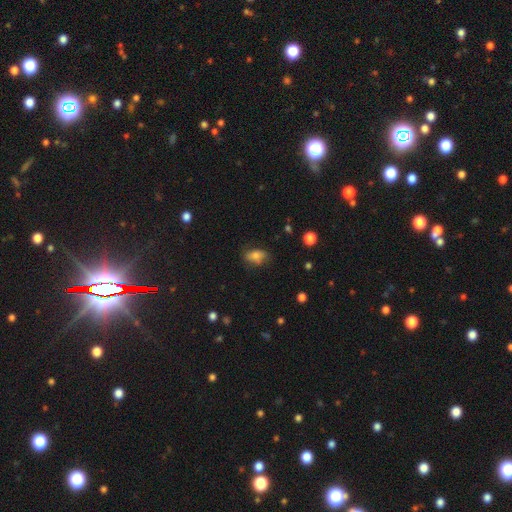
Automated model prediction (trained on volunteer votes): smooth_or_featured: smooth (p=0.71) [alt: featured or disk p=0.17]
how_rounded: in between (p=0.83) [alt: round p=0.12]
merging: none (p=0.65) [alt: minor disturbance p=0.24]